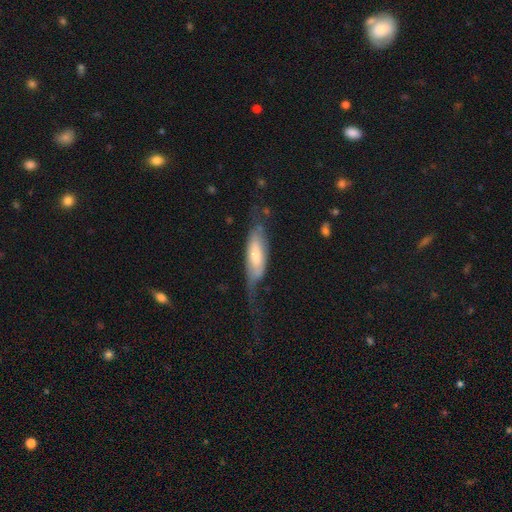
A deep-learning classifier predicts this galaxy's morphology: Overall: smooth (54%; featured or disk 40%). How rounded: in between (57%; cigar-shaped 41%). Merging: none (40%; major disturbance 29%).